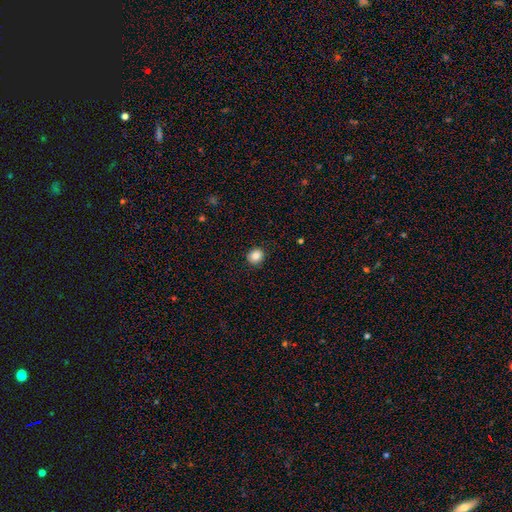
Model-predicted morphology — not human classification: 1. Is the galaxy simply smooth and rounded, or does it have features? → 86% smooth, 10% star or artifact, 4% featured or disk.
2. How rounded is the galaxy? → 79% round, 20% in between, 1% cigar-shaped.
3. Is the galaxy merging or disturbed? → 91% none, 6% minor disturbance, 2% major disturbance, 1% merger.